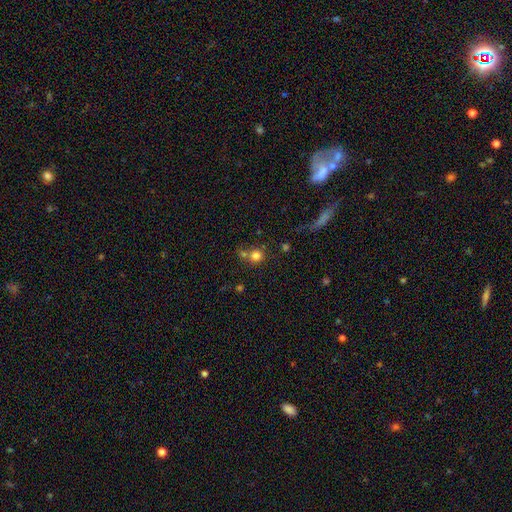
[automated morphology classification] A smooth galaxy with no disk features (78%) that is round (90%).

Vote fractions:
- Smooth or featured? smooth: 78% / star or artifact: 14% / featured or disk: 8%
- How rounded? round: 90% / in between: 9% / cigar-shaped: 1%
- Merging? none: 59% / merger: 26% / minor disturbance: 9% / major disturbance: 5%